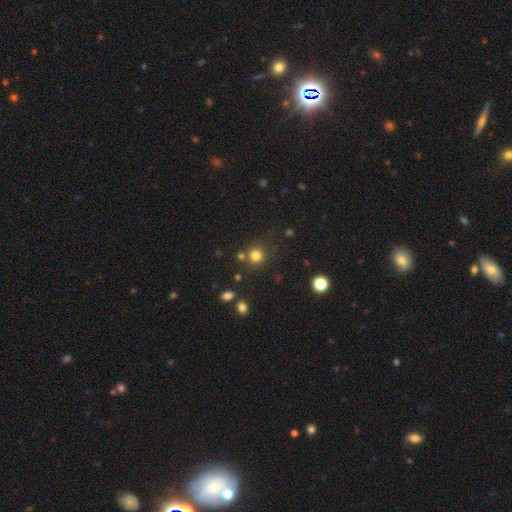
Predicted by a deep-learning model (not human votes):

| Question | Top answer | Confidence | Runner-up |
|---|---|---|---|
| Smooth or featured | smooth | 79% | star or artifact (15%) |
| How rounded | round | 90% | in between (9%) |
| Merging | none | 74% | merger (11%) |